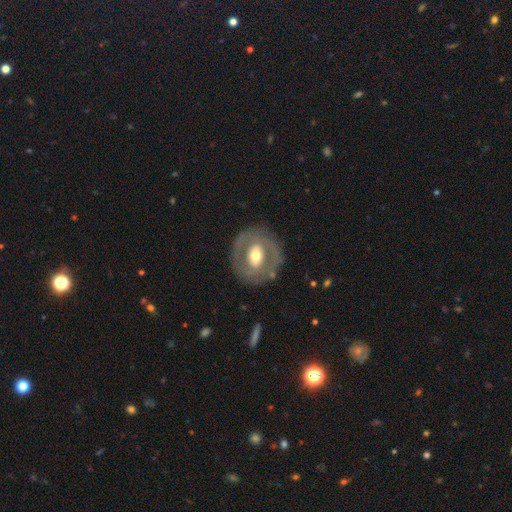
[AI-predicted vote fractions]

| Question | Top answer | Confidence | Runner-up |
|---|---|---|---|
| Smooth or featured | featured or disk | 64% | smooth (31%) |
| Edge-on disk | no | 95% | yes (5%) |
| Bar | no | 42% | weak (33%) |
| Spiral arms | no | 66% | yes (34%) |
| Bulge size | moderate | 67% | large (18%) |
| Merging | none | 79% | minor disturbance (12%) |